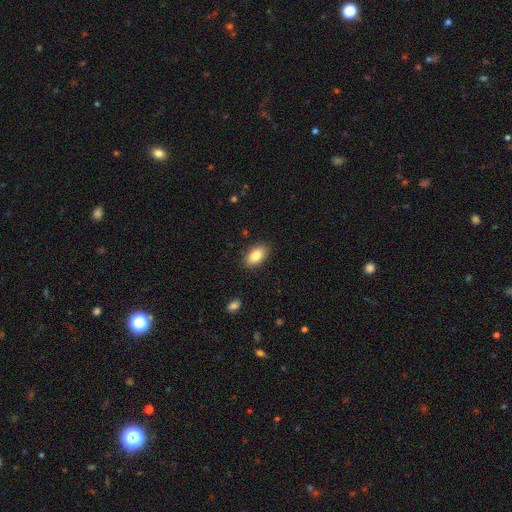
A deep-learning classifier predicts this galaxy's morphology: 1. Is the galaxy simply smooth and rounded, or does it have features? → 85% smooth, 8% featured or disk, 7% star or artifact.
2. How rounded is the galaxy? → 93% in between, 4% round, 3% cigar-shaped.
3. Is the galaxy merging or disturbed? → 87% none, 9% minor disturbance, 2% major disturbance, 1% merger.